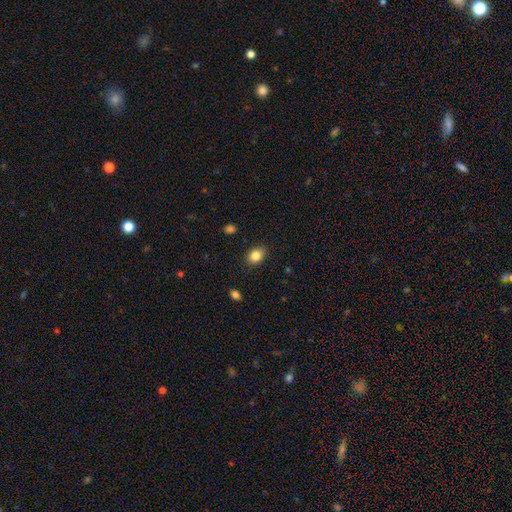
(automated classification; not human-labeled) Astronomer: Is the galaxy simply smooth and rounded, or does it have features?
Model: smooth — 84%.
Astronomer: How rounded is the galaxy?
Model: in between — 61% (runner-up: round, 38%).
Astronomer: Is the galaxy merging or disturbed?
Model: none — 86%.